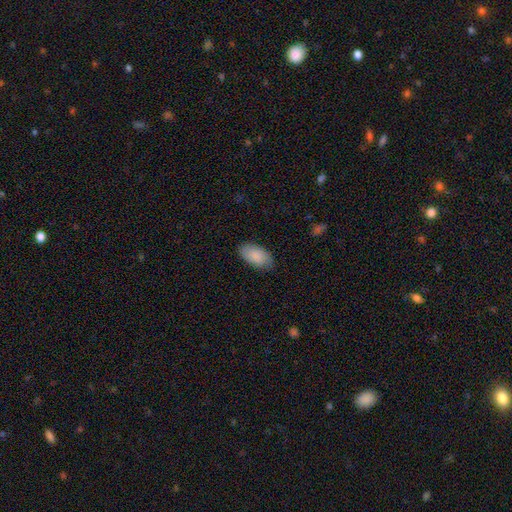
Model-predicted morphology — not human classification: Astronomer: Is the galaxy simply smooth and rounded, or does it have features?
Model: smooth — 88%.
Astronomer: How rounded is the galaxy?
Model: in between — 95%.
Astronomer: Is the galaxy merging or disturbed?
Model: none — 83%.